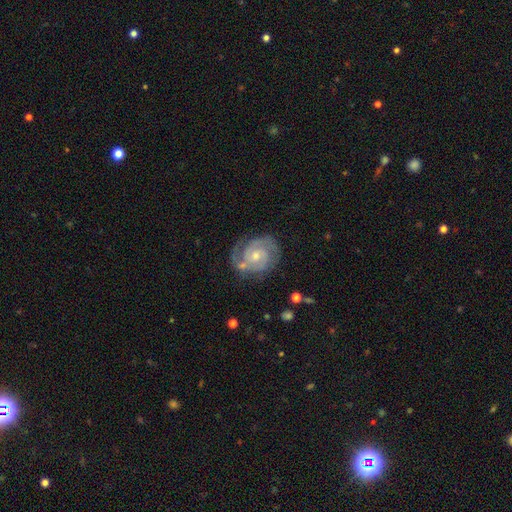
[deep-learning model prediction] smooth_or_featured: featured or disk (p=0.88) [alt: smooth p=0.07]
disk_edge_on: no (p=0.98) [alt: yes p=0.02]
bar: no (p=0.65) [alt: weak p=0.29]
has_spiral_arms: yes (p=0.97) [alt: no p=0.03]
spiral_winding: tight (p=0.66) [alt: medium p=0.29]
spiral_arm_count: 2 (p=0.60) [alt: 3 p=0.20]
bulge_size: small (p=0.53) [alt: moderate p=0.43]
merging: none (p=0.74) [alt: minor disturbance p=0.17]